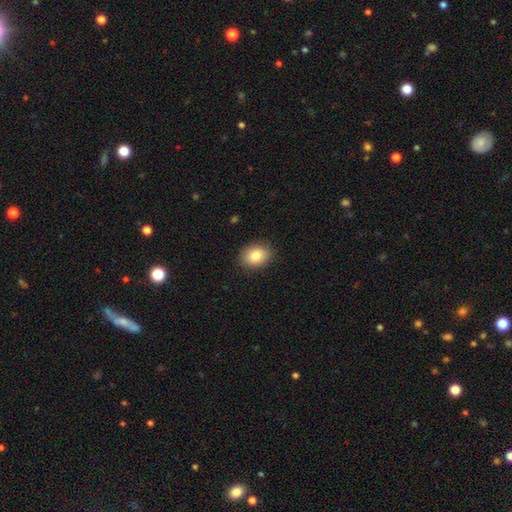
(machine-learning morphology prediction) Q: Smooth or featured?
A: smooth (83%); runner-up: featured or disk (9%)
Q: How rounded?
A: in between (56%); runner-up: round (43%)
Q: Merging?
A: none (88%); runner-up: minor disturbance (9%)